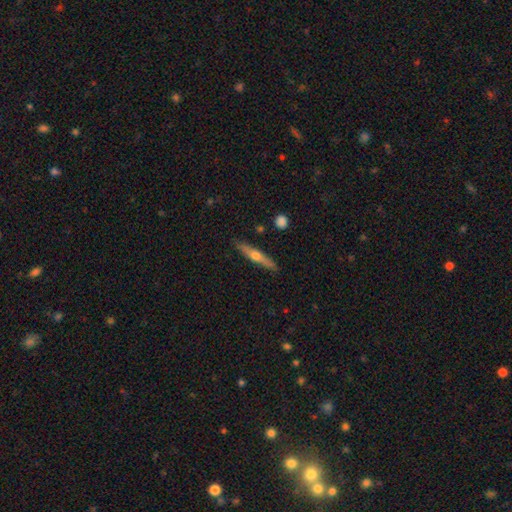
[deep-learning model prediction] This appears to be a featured or disk galaxy (60%) viewed edge-on (96%) with a rounded central bulge (91%). Merging: none (89%).